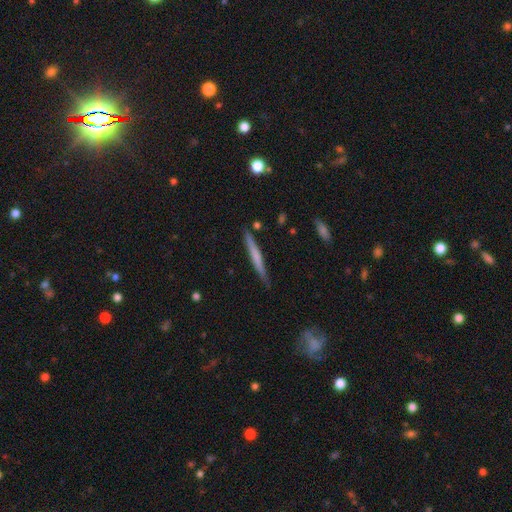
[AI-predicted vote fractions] smooth_or_featured: smooth (p=0.50) [alt: featured or disk p=0.44]
how_rounded: cigar-shaped (p=0.96) [alt: in between p=0.03]
merging: none (p=0.85) [alt: minor disturbance p=0.11]